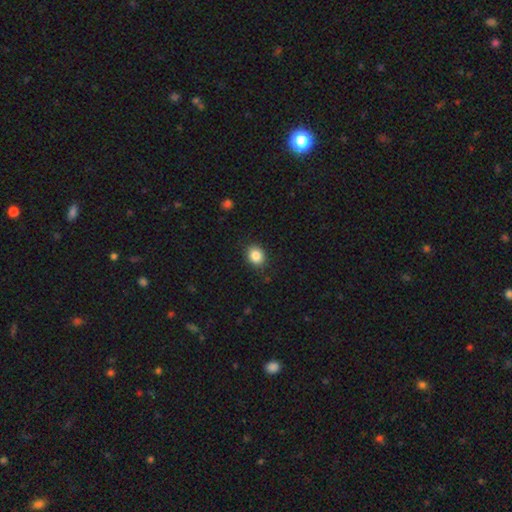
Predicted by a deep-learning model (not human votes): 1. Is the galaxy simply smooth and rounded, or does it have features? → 86% smooth, 9% star or artifact, 5% featured or disk.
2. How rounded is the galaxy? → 55% round, 44% in between, 1% cigar-shaped.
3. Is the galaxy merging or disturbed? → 87% none, 9% minor disturbance, 3% major disturbance, 1% merger.